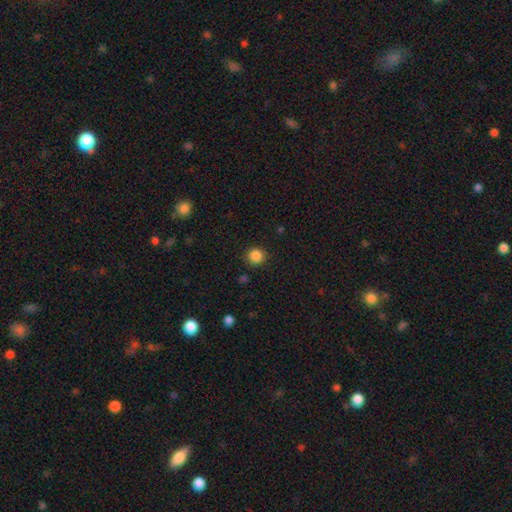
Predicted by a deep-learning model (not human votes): Smooth or featured: smooth — 86% (star or artifact — 11%)
How rounded: round — 93% (in between — 6%)
Merging: none — 90% (minor disturbance — 6%)